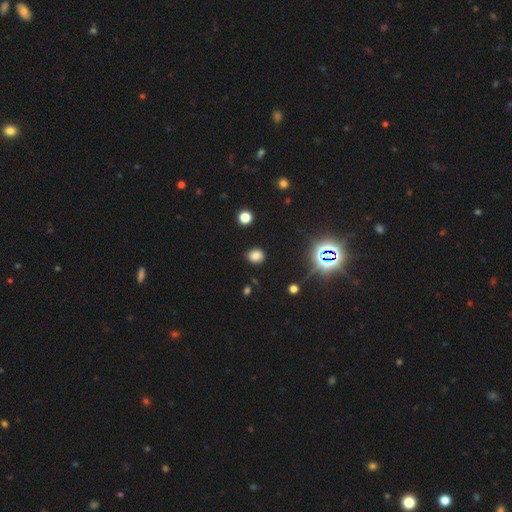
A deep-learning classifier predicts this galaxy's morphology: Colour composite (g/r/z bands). It shows a smooth galaxy with no disk features (77%) that is round (71%). Merging: none (87%).